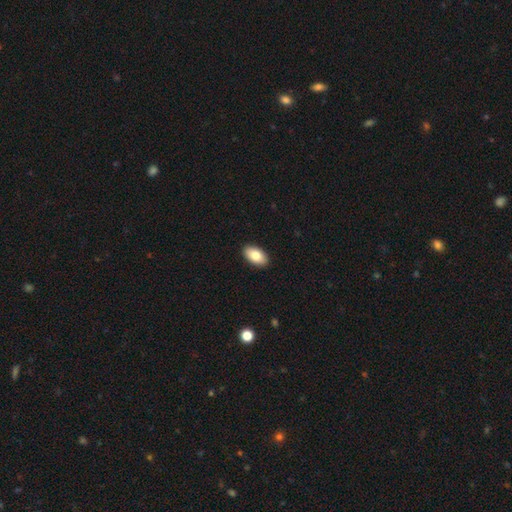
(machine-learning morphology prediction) Smooth or featured?
  - smooth: 81% *
  - featured or disk: 12%
  - star or artifact: 7%
How rounded?
  - in between: 95% *
  - round: 4%
  - cigar-shaped: 2%
Merging?
  - none: 91% *
  - minor disturbance: 7%
  - major disturbance: 2%
  - merger: 1%